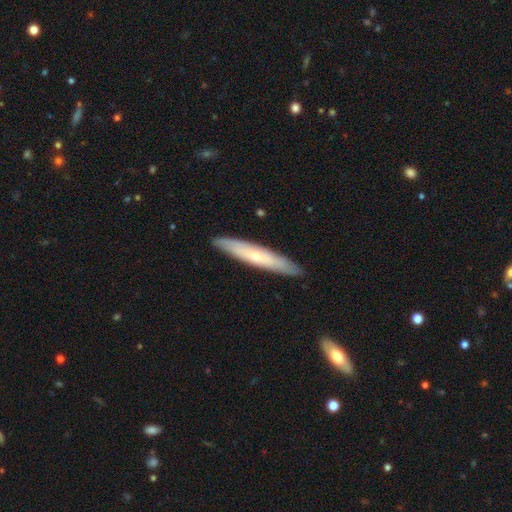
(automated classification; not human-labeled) smooth-or-featured: featured or disk: 48% | smooth: 47% | star or artifact: 5%
  merging: none: 89% | minor disturbance: 8% | major disturbance: 1% | merger: 1%